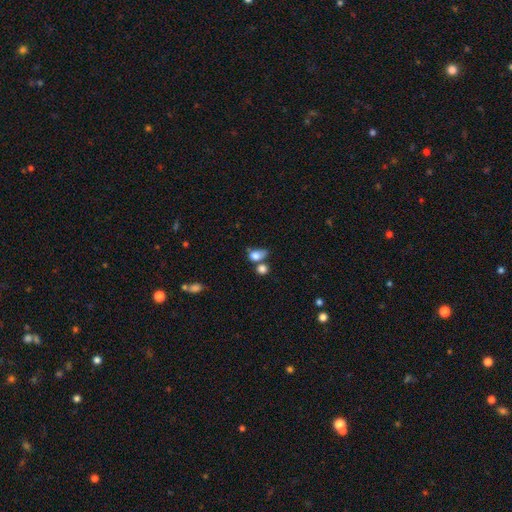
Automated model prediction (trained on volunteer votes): A smooth galaxy with no disk features (78%) that is in between round and cigar-shaped (66%). Merging: merger (38%).